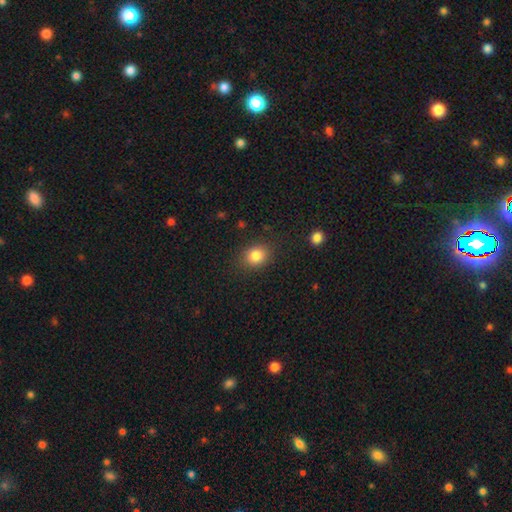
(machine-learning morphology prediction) Smooth or featured: smooth — 84% (star or artifact — 10%)
How rounded: round — 61% (in between — 38%)
Merging: none — 85% (minor disturbance — 10%)